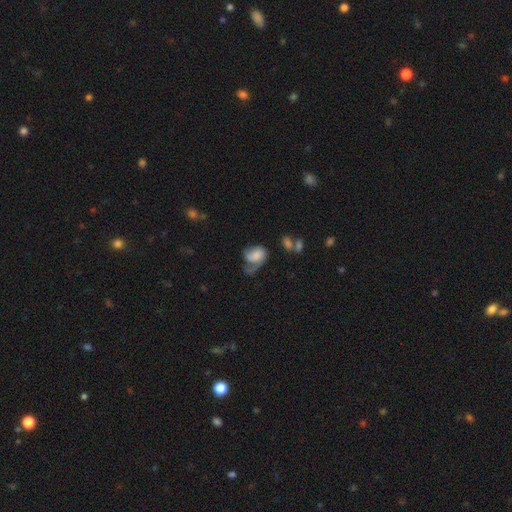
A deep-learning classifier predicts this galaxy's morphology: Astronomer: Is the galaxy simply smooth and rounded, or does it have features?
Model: featured or disk — 49% (runner-up: smooth, 42%).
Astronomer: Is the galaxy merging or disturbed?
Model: major disturbance — 45% (runner-up: none, 26%).